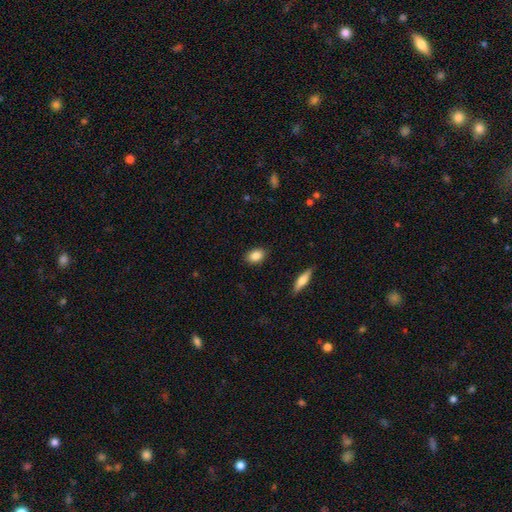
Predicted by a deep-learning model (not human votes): Morphology: type=smooth (87%); roundness=in between (79%); merging=none (88%).